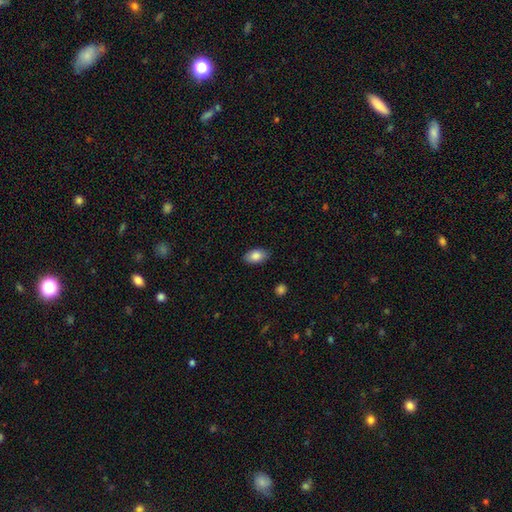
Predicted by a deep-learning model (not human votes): The model was most divided on "merging": none: 86%, minor disturbance: 10%, major disturbance: 2%, merger: 1%. More confident: how rounded — in between (92%); smooth or featured — smooth (85%).